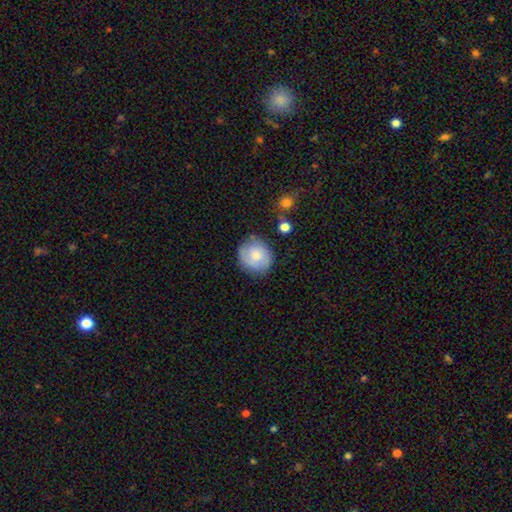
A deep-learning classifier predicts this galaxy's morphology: This appears to be a smooth galaxy with no disk features (68%) that is round (81%). Merging: none (72%).